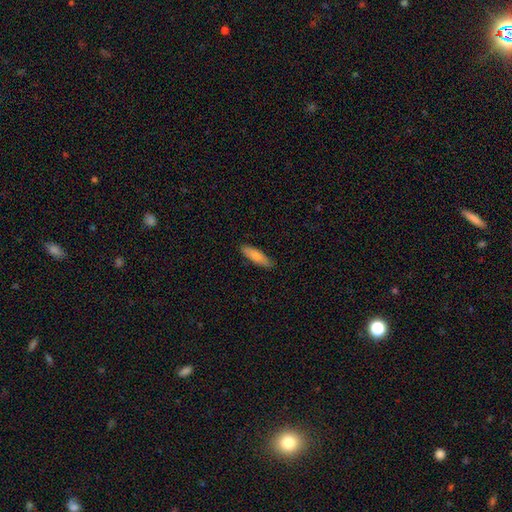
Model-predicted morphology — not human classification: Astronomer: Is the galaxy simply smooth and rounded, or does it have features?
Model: smooth — 79%.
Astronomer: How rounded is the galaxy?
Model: cigar-shaped — 58% (runner-up: in between, 40%).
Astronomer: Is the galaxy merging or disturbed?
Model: none — 87%.